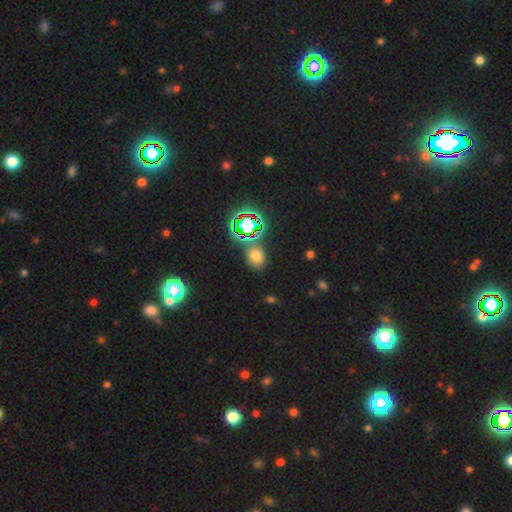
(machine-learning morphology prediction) A smooth galaxy with no disk features (57%) that is in between round and cigar-shaped (61%).

Vote fractions:
- Smooth or featured? smooth: 57% / star or artifact: 35% / featured or disk: 8%
- How rounded? in between: 61% / round: 37% / cigar-shaped: 2%
- Merging? none: 74% / minor disturbance: 14% / merger: 7% / major disturbance: 5%